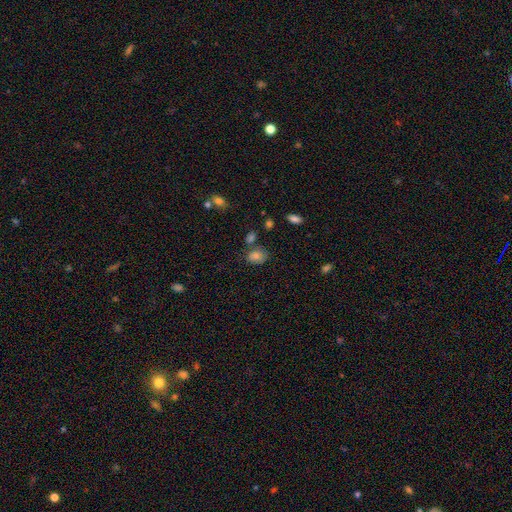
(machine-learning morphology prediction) Smooth or featured? smooth (79%)
How rounded? in between (67%)
Merging? none (63%)